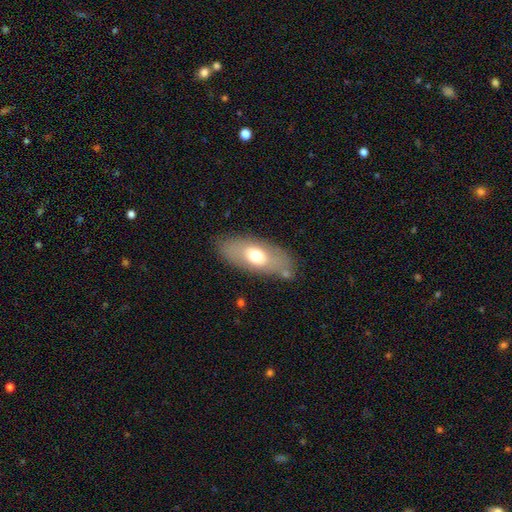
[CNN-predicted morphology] A smooth galaxy with no disk features (61%) that is in between round and cigar-shaped (86%). Merging: none (79%).